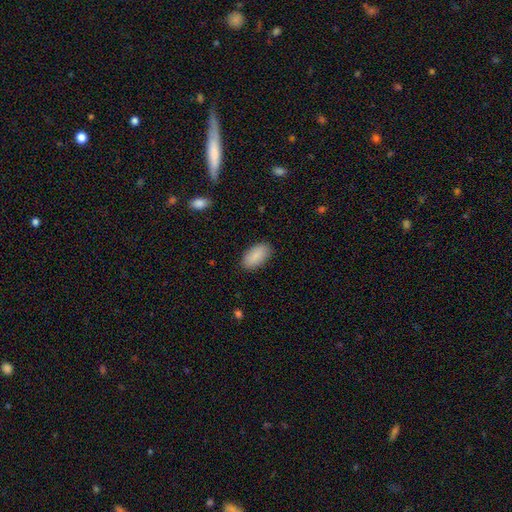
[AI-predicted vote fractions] Q: Smooth or featured?
A: smooth (88%); runner-up: star or artifact (6%)
Q: How rounded?
A: in between (95%); runner-up: cigar-shaped (3%)
Q: Merging?
A: none (87%); runner-up: minor disturbance (10%)